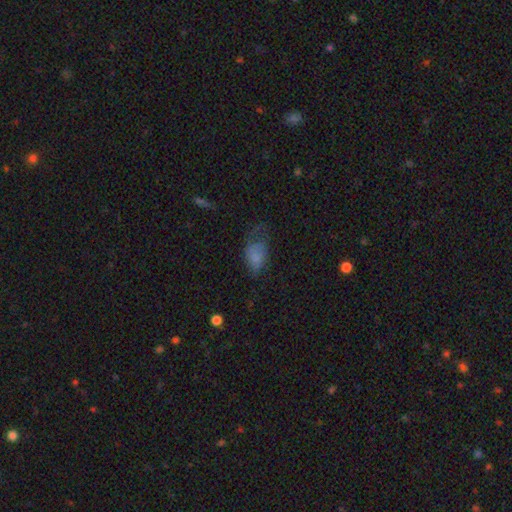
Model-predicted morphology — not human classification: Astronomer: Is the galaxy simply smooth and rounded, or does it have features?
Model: smooth — 68%.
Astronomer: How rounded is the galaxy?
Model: in between — 89%.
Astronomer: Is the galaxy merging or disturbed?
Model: major disturbance — 40% (runner-up: minor disturbance, 29%).